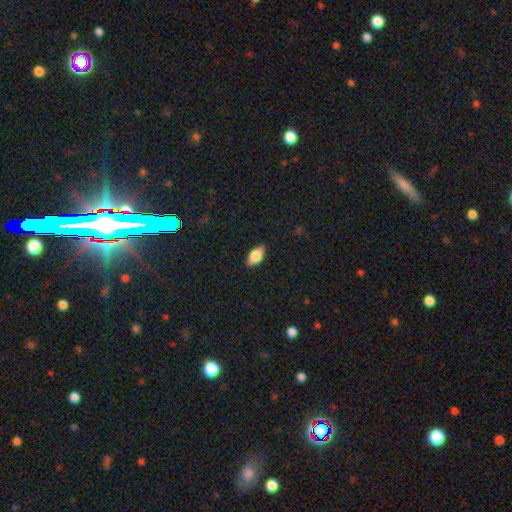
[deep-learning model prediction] This is clearly a smooth galaxy (80%). How rounded: clearly in between (90%). Merging: clearly none (88%).